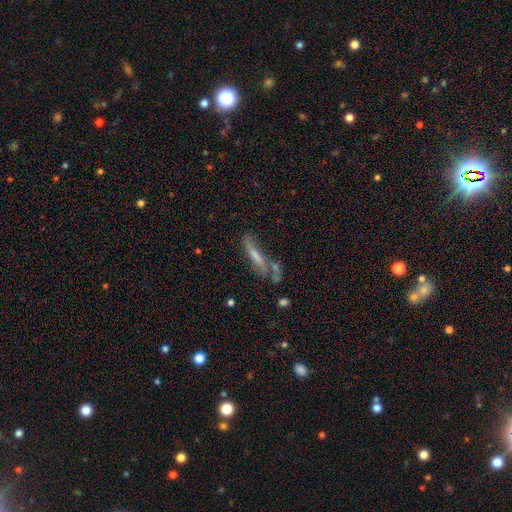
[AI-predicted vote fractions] Morphology: type=featured or disk (51%); edge-on=yes (62%); merging=none (48%).